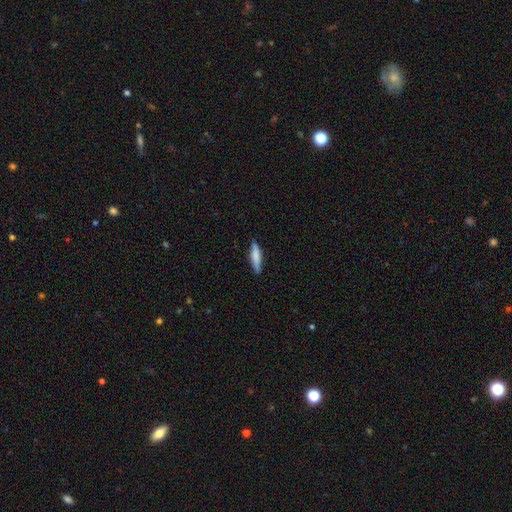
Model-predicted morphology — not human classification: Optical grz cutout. It shows a smooth galaxy with no disk features (74%) that is cigar-shaped (81%). Merging: none (82%).